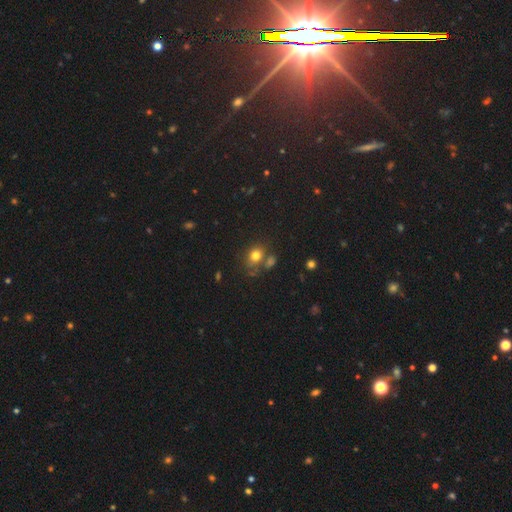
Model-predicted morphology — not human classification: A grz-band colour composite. It shows a smooth galaxy with no disk features (76%) that is round (53%). Merging: none (53%).